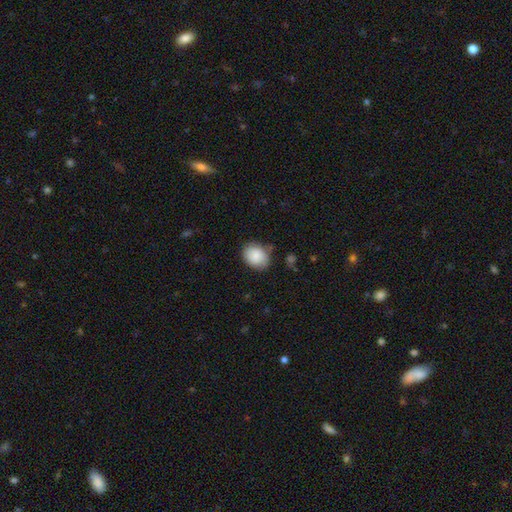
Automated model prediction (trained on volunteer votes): smooth 82%, featured or disk 11%, star or artifact 7%. Down the decision tree: how rounded — in between (55%); merging — none (76%).